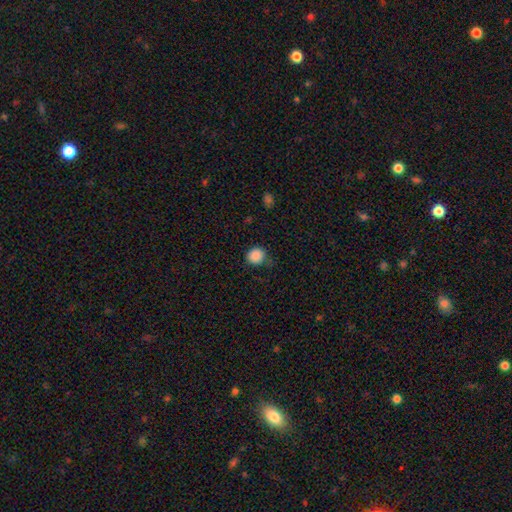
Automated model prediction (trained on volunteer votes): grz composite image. It shows a smooth galaxy with no disk features (87%) that is round (91%). Merging: none (78%).